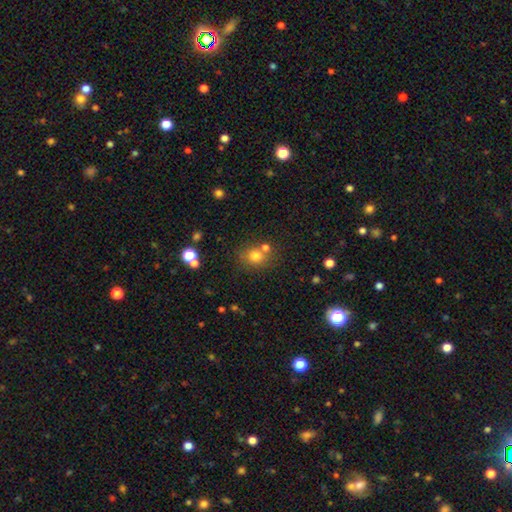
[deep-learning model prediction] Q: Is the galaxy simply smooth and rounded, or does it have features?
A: smooth — 76%.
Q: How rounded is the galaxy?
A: round — 80%.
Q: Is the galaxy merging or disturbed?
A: none — 65%.